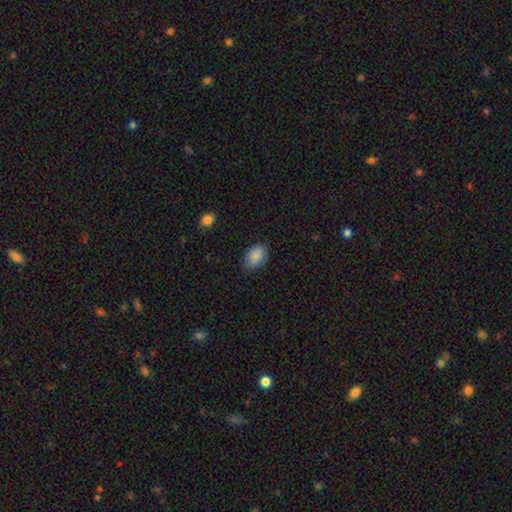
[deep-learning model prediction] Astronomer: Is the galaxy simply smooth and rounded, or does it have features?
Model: smooth — 88%.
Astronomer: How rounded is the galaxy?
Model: in between — 84%.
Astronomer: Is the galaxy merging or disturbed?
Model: none — 78%.